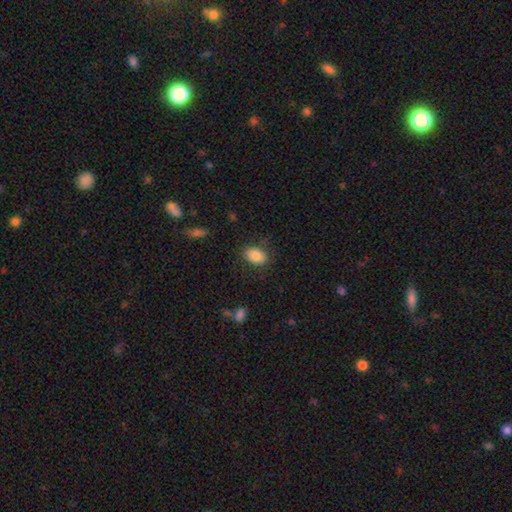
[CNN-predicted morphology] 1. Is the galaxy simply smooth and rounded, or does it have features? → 85% smooth, 8% star or artifact, 7% featured or disk.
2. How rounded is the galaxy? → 80% in between, 19% round, 1% cigar-shaped.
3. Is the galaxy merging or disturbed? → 81% none, 13% minor disturbance, 4% major disturbance, 2% merger.